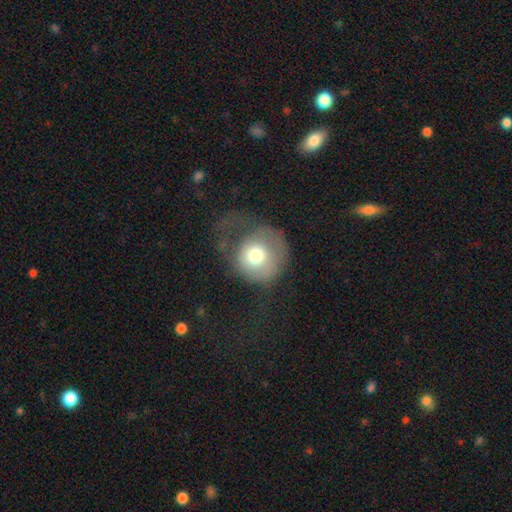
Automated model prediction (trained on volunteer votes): The model was most divided on "merging": major disturbance: 48%, none: 29%, minor disturbance: 21%, merger: 2%. More confident: how rounded — round (88%); smooth or featured — smooth (67%).